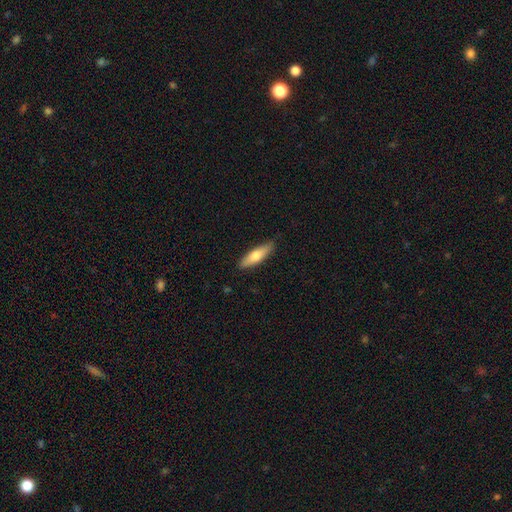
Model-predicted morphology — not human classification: This is likely a smooth galaxy (67%). How rounded: possibly cigar-shaped (59%). Merging: clearly none (85%).